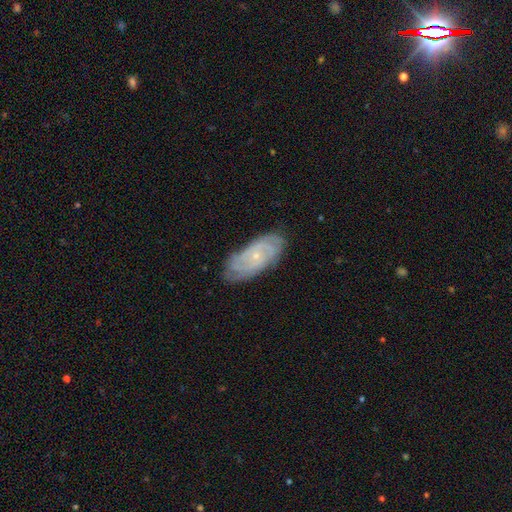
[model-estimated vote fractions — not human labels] featured or disk 78%, smooth 15%, star or artifact 7%. Down the decision tree: edge-on disk — no (93%); bar — no (74%); spiral arms — yes (94%); spiral arm count — can't tell (36%); spiral winding — tight (68%); bulge size — small (81%); merging — none (80%).